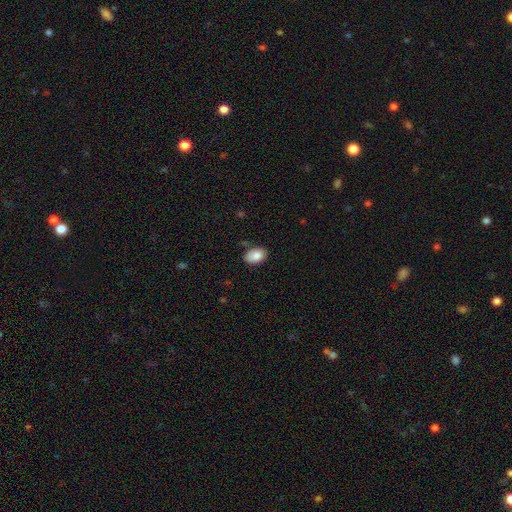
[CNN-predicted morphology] Smooth or featured? smooth (86%)
How rounded? in between (85%)
Merging? none (79%)